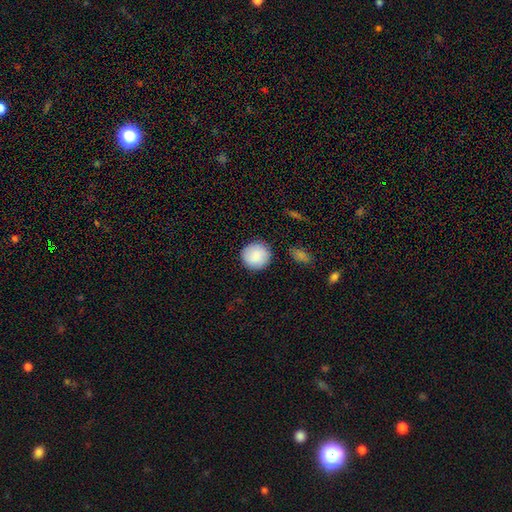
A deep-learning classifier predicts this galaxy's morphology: Smooth or featured?
  - smooth: 88% *
  - star or artifact: 7%
  - featured or disk: 5%
How rounded?
  - round: 94% *
  - in between: 5%
  - cigar-shaped: 1%
Merging?
  - none: 89% *
  - minor disturbance: 7%
  - major disturbance: 2%
  - merger: 2%